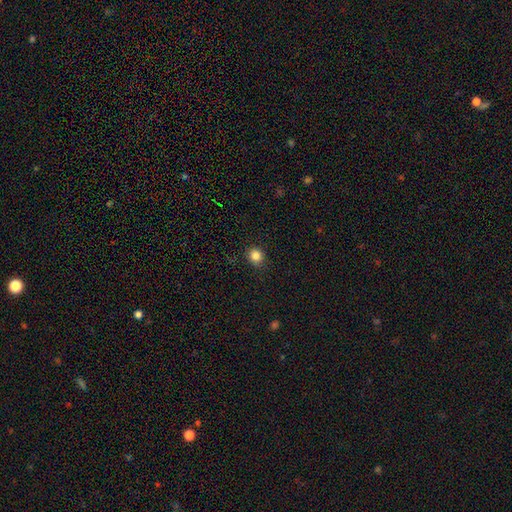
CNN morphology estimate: type=smooth (84%); roundness=round (86%); merging=none (88%).